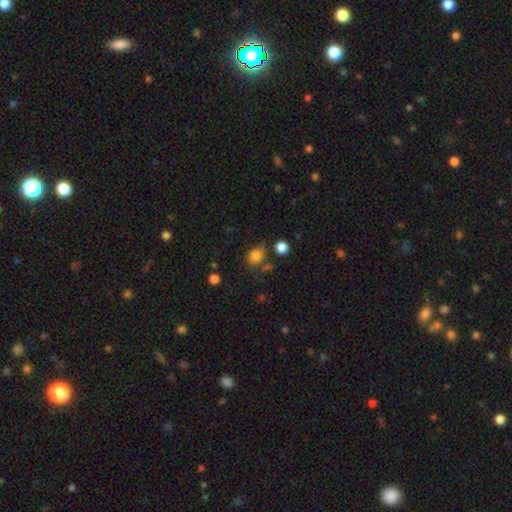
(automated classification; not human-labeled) Overall: smooth (79%). How rounded: round (62%; in between 36%). Merging: none (54%; minor disturbance 26%).